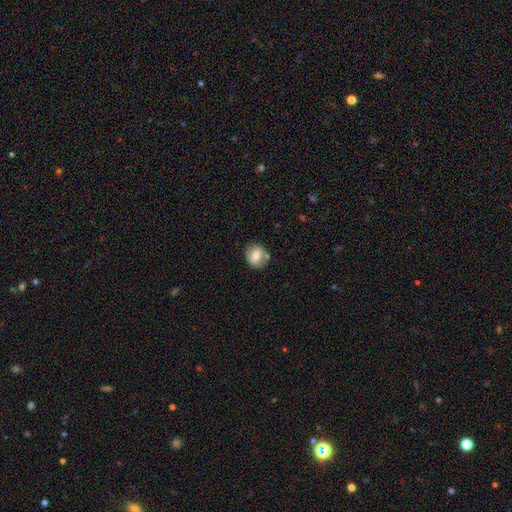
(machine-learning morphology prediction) Smooth or featured?
  - smooth: 69% *
  - featured or disk: 23%
  - star or artifact: 8%
How rounded?
  - round: 74% *
  - in between: 25%
  - cigar-shaped: 1%
Merging?
  - none: 72% *
  - minor disturbance: 16%
  - merger: 8%
  - major disturbance: 4%